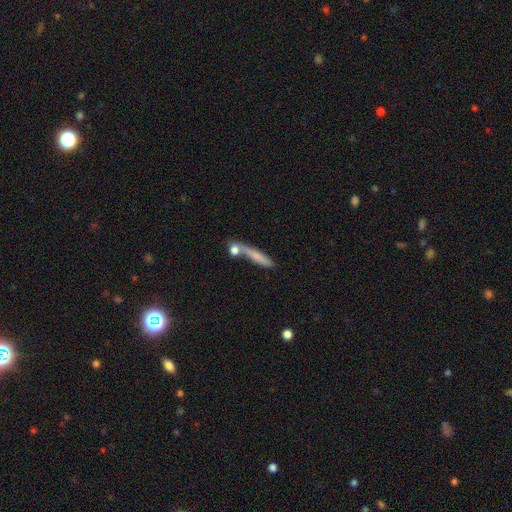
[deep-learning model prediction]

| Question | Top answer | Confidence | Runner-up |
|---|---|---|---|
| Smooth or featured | smooth | 65% | featured or disk (26%) |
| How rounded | cigar-shaped | 84% | in between (12%) |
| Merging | none | 55% | merger (24%) |